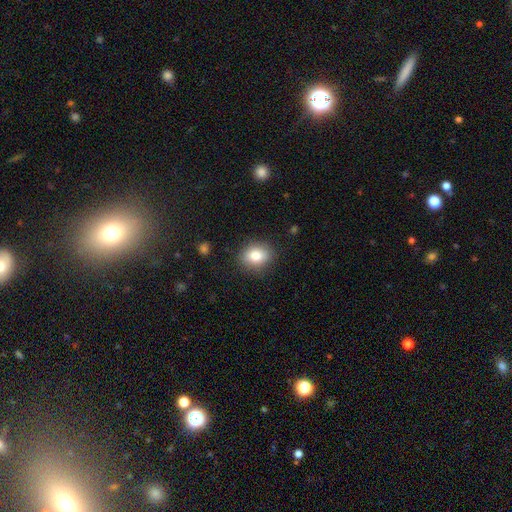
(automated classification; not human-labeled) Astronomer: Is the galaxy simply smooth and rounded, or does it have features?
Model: smooth — 82%.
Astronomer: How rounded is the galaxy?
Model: round — 52% (runner-up: in between, 47%).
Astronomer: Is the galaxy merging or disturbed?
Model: none — 86%.